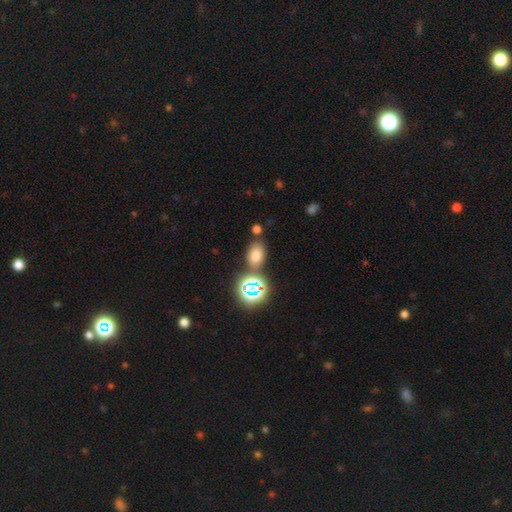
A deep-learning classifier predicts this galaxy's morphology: This appears to be a smooth galaxy with no disk features (69%) that is in between round and cigar-shaped (77%). Merging: none (73%).